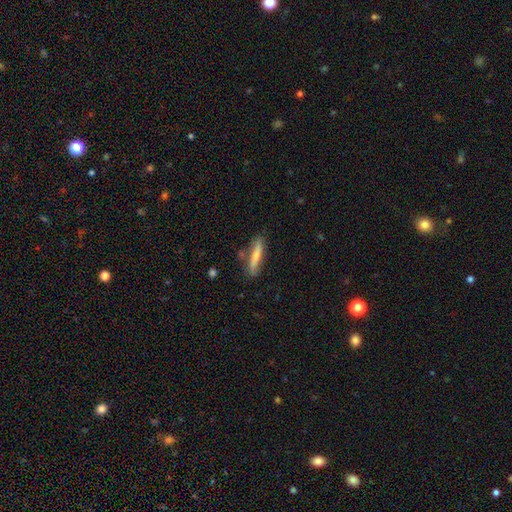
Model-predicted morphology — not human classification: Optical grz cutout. It shows a smooth galaxy with no disk features (66%) that is cigar-shaped (86%). Merging: none (73%).